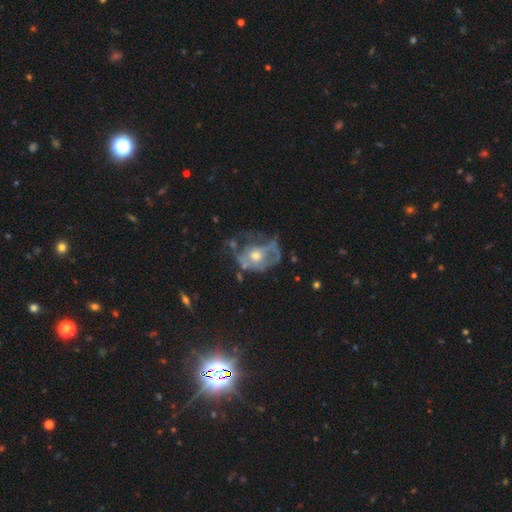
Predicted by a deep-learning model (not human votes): featured or disk 68%, smooth 21%, star or artifact 11%. Down the decision tree: edge-on disk — no (96%); bar — no (79%); spiral arms — no (54%); bulge size — moderate (63%); merging — none (37%).